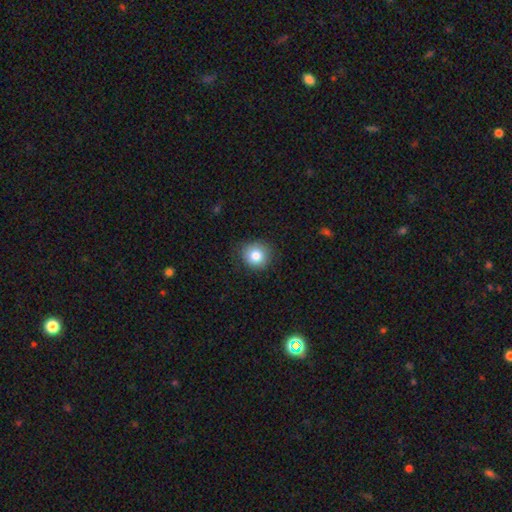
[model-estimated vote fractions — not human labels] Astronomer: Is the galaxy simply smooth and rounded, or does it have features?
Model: smooth — 82%.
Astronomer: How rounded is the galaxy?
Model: round — 89%.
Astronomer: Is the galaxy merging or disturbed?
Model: none — 86%.